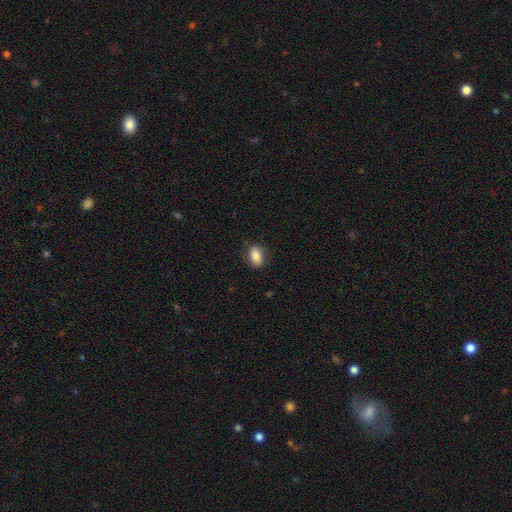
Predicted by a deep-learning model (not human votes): Smooth or featured?
  - smooth: 83% *
  - featured or disk: 8%
  - star or artifact: 8%
How rounded?
  - in between: 83% *
  - round: 15%
  - cigar-shaped: 3%
Merging?
  - none: 82% *
  - minor disturbance: 14%
  - major disturbance: 3%
  - merger: 1%